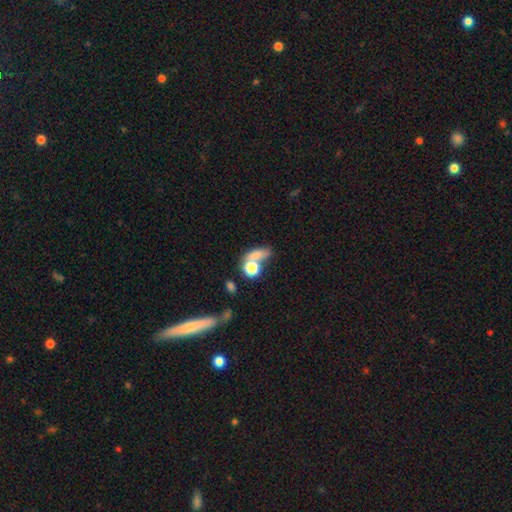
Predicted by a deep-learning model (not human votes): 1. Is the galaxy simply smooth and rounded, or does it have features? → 68% smooth, 19% star or artifact, 13% featured or disk.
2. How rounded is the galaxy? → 52% in between, 32% round, 16% cigar-shaped.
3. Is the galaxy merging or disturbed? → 41% none, 35% merger, 13% minor disturbance, 11% major disturbance.